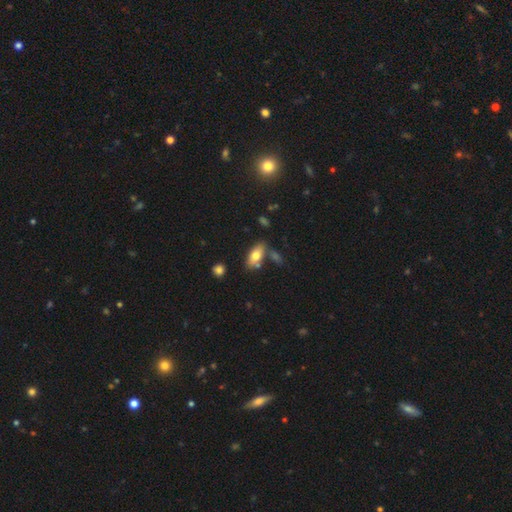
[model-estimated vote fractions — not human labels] Smooth or featured?
  - smooth: 73% *
  - featured or disk: 20%
  - star or artifact: 7%
How rounded?
  - in between: 85% *
  - cigar-shaped: 12%
  - round: 3%
Merging?
  - none: 68% *
  - minor disturbance: 15%
  - merger: 12%
  - major disturbance: 4%